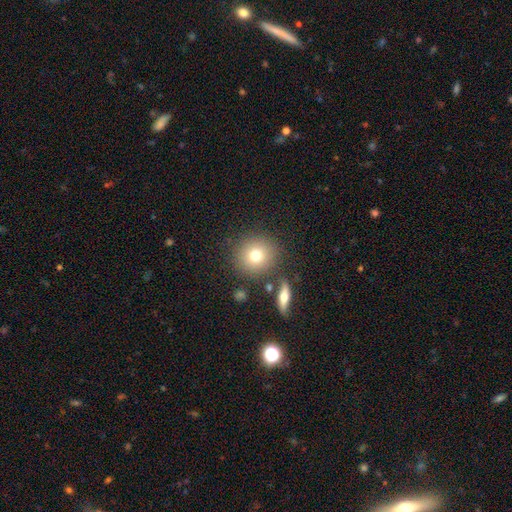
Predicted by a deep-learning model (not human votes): The model was most divided on "smooth or featured": smooth: 75%, featured or disk: 14%, star or artifact: 12%. More confident: how rounded — round (91%); merging — none (83%).